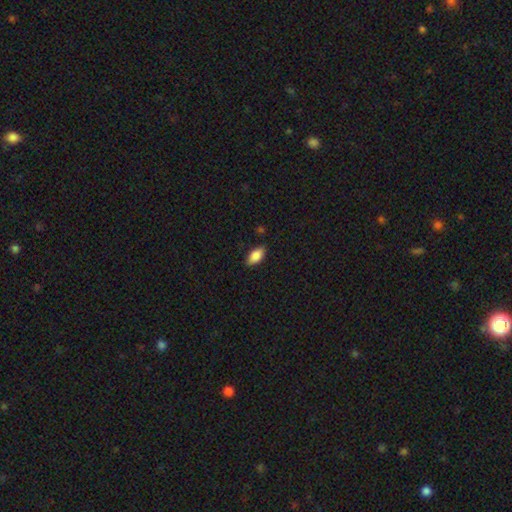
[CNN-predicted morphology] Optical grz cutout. It shows a smooth galaxy with no disk features (84%) that is in between round and cigar-shaped (90%). Merging: none (84%).